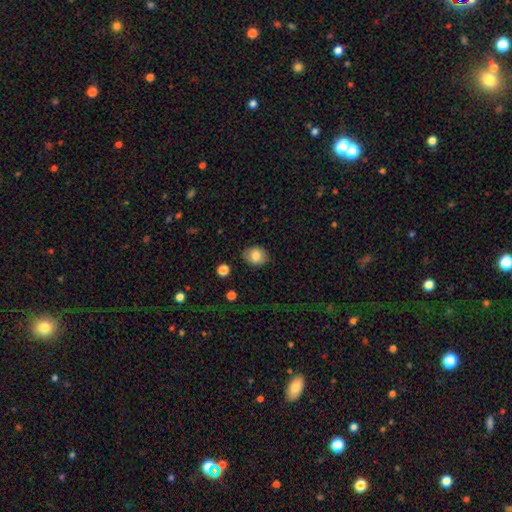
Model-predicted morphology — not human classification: Smooth or featured? smooth (80%)
How rounded? in between (52%)
Merging? none (82%)